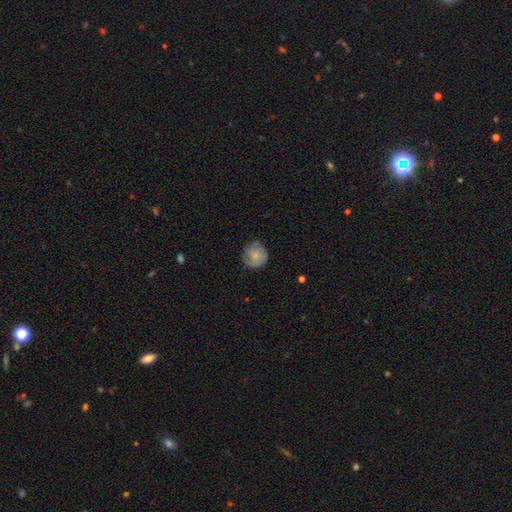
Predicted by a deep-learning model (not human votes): The model was most divided on "smooth or featured": smooth: 67%, featured or disk: 25%, star or artifact: 8%. More confident: how rounded — round (90%); merging — none (72%).